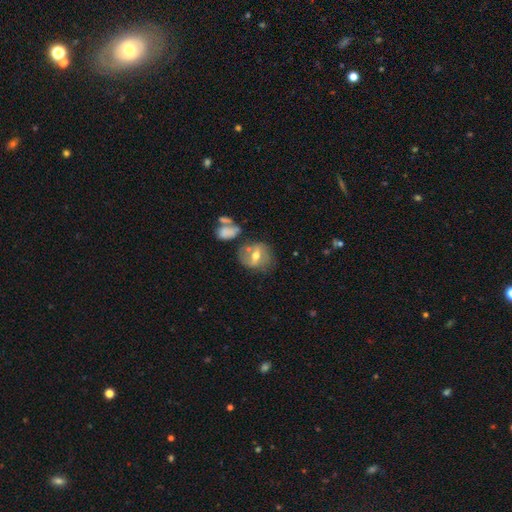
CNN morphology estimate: featured or disk 49%, smooth 43%, star or artifact 8%. Down the decision tree: merging — none (57%).